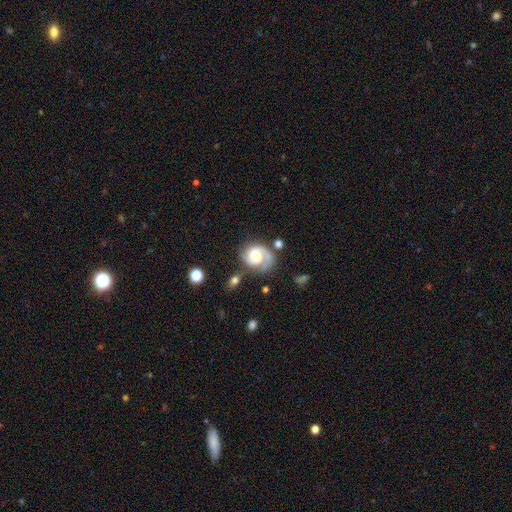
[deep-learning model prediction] Smooth or featured: featured or disk — 81% (smooth — 13%)
Edge-on disk: no — 98% (yes — 2%)
Bar: no — 56% (weak — 36%)
Spiral arms: yes — 96% (no — 4%)
Spiral winding: medium — 44% (tight — 42%)
Spiral arm count: 2 — 66% (1 — 26%)
Bulge size: moderate — 48% (large — 22%)
Merging: none — 61% (minor disturbance — 20%)